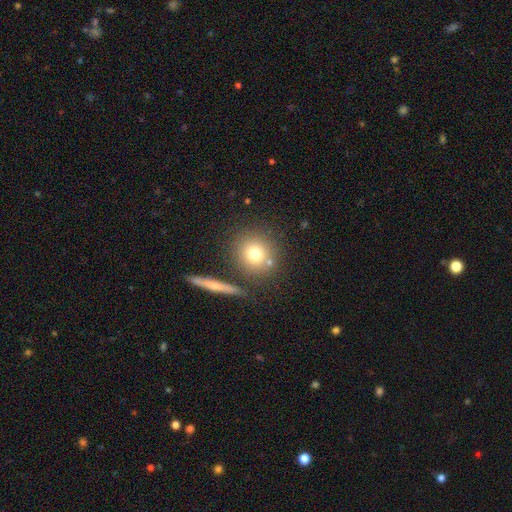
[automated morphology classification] smooth 75%, featured or disk 14%, star or artifact 11%. Down the decision tree: how rounded — round (87%); merging — none (76%).